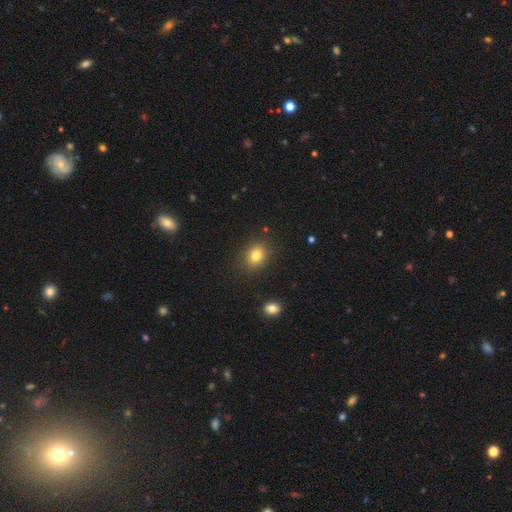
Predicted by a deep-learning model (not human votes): A smooth galaxy with no disk features (81%) that is in between round and cigar-shaped (57%).

Vote fractions:
- Smooth or featured? smooth: 81% / star or artifact: 11% / featured or disk: 8%
- How rounded? in between: 57% / round: 42% / cigar-shaped: 1%
- Merging? none: 86% / minor disturbance: 9% / major disturbance: 3% / merger: 2%